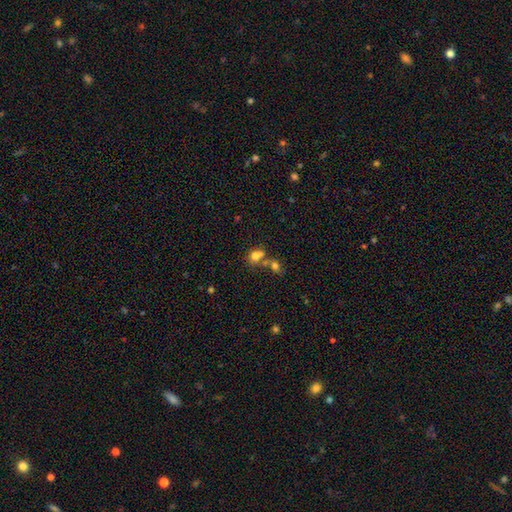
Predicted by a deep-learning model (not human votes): smooth_or_featured: smooth (p=0.69) [alt: star or artifact p=0.15]
how_rounded: in between (p=0.49) [tied with: round p=0.49]
merging: merger (p=0.52) [alt: none p=0.32]